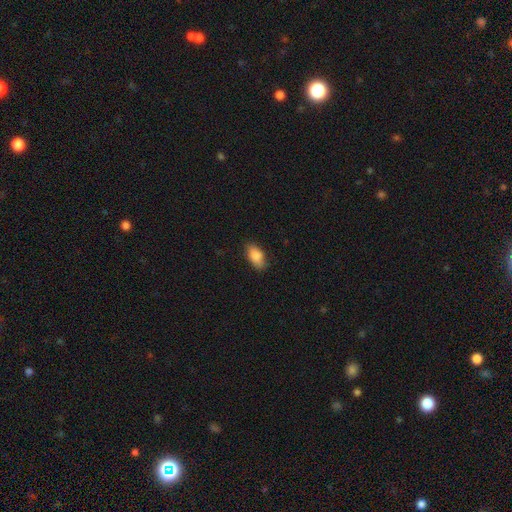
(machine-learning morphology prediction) Smooth or featured: smooth — 84% (featured or disk — 8%)
How rounded: in between — 90% (round — 6%)
Merging: none — 75% (minor disturbance — 20%)